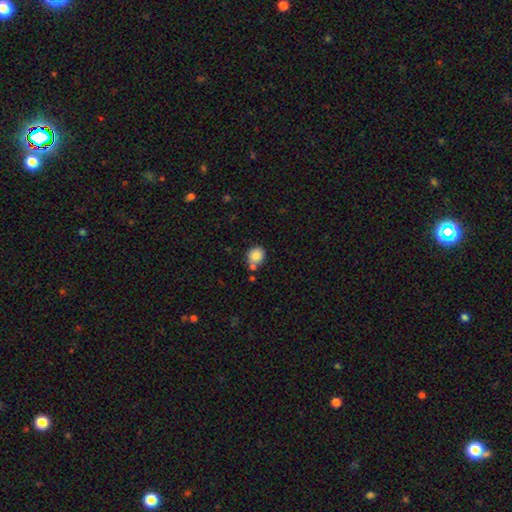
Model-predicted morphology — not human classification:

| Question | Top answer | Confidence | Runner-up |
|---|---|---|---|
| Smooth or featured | smooth | 86% | star or artifact (9%) |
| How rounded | round | 79% | in between (20%) |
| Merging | none | 63% | merger (19%) |